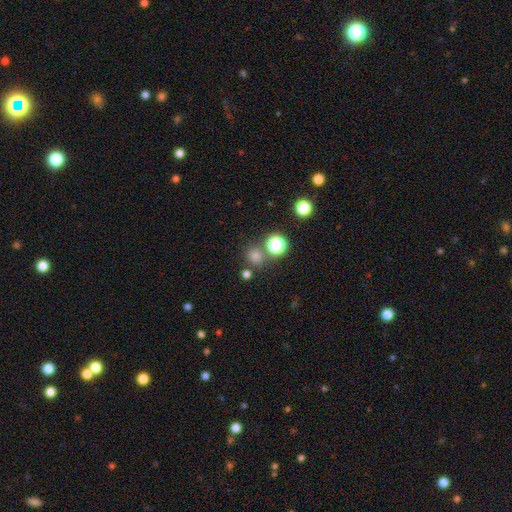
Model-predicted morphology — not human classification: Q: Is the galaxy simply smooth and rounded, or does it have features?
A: smooth — 70%.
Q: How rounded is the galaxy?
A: round — 88%.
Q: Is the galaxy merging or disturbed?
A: none — 74%.